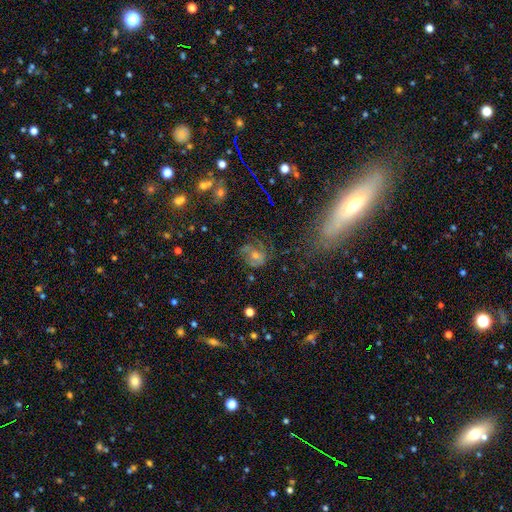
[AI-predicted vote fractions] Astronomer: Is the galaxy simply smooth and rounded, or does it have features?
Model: featured or disk — 51%.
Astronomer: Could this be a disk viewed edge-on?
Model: no — 92%.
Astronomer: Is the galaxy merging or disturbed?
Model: none — 61%.